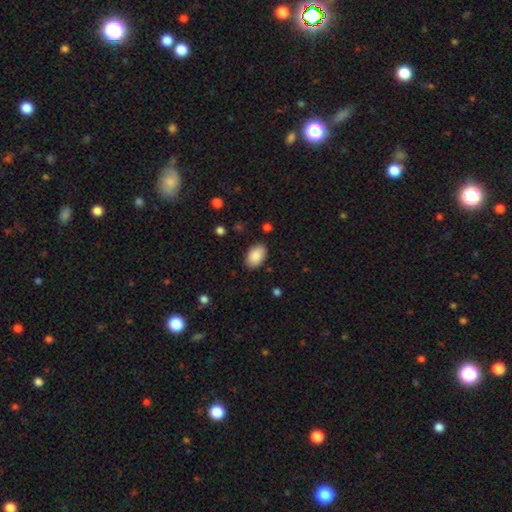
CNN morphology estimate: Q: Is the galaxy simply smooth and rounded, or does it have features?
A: smooth — 89%.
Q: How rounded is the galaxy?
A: in between — 92%.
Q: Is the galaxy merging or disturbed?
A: none — 86%.